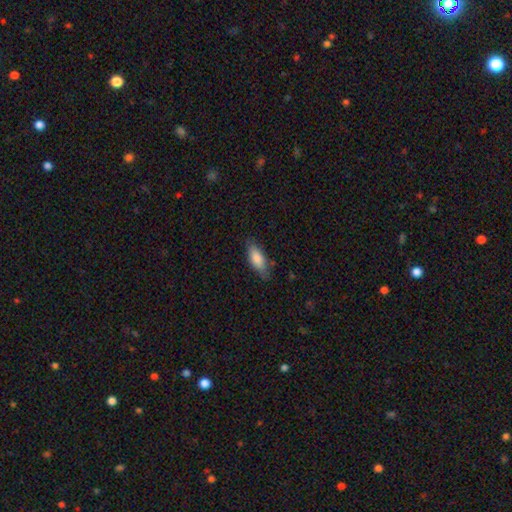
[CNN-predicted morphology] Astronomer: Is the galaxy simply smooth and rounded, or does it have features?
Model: smooth — 82%.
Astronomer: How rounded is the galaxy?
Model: in between — 70%.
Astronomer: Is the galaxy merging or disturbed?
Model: none — 78%.